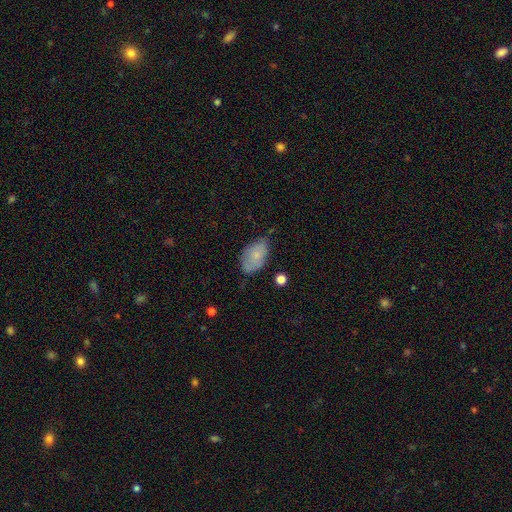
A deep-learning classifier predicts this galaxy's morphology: This appears to be a smooth galaxy with no disk features (73%) that is in between round and cigar-shaped (91%). Merging: none (58%).